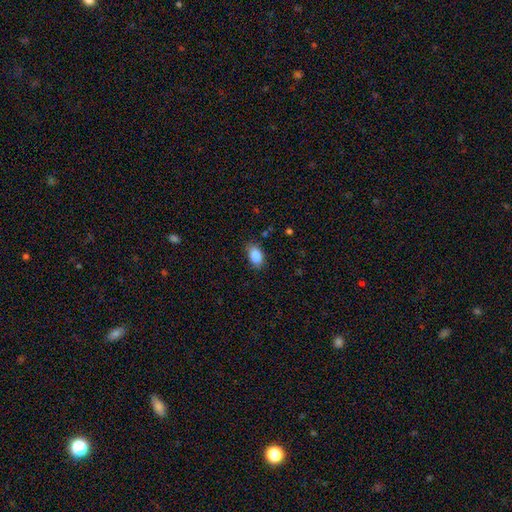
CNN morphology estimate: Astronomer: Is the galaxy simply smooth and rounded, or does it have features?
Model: smooth — 86%.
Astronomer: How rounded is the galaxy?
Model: in between — 87%.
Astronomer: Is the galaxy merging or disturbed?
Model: none — 82%.